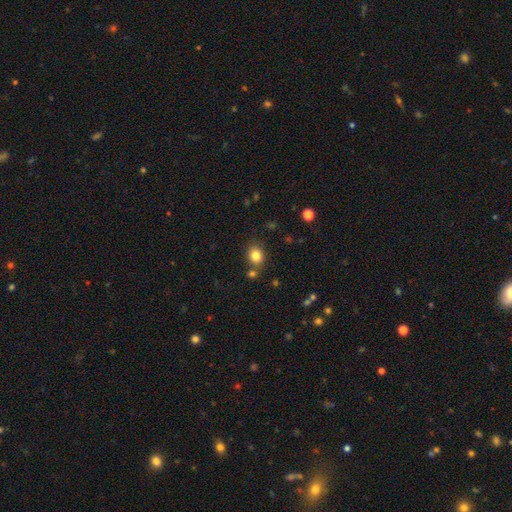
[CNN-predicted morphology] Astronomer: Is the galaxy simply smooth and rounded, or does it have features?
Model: smooth — 82%.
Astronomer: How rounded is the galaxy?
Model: round — 59% (runner-up: in between, 40%).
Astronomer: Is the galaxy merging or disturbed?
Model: none — 76%.